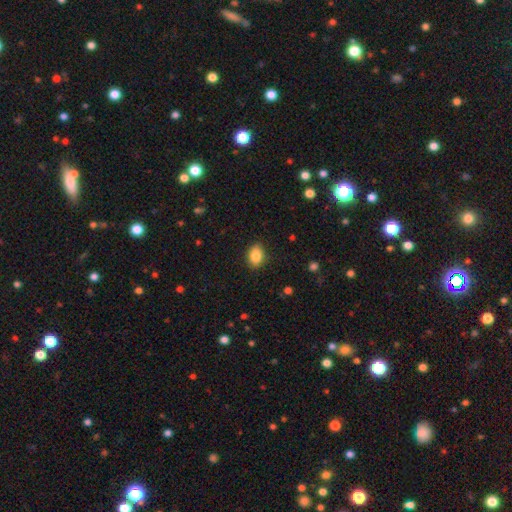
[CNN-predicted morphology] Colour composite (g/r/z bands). It shows a smooth galaxy with no disk features (87%) that is in between round and cigar-shaped (75%). Merging: none (86%).